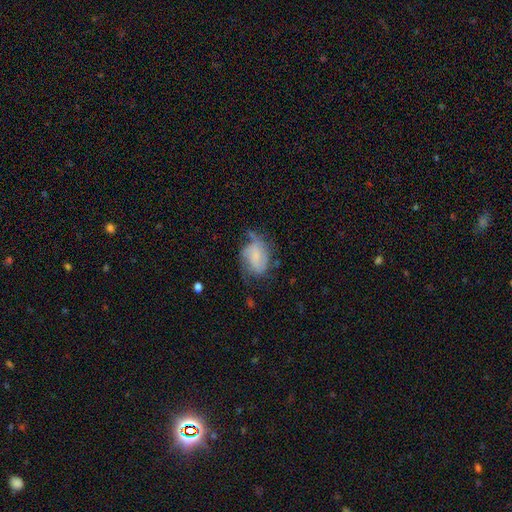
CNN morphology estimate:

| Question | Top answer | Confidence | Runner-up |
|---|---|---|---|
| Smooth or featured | featured or disk | 50% | smooth (42%) |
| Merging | none | 41% | minor disturbance (32%) |